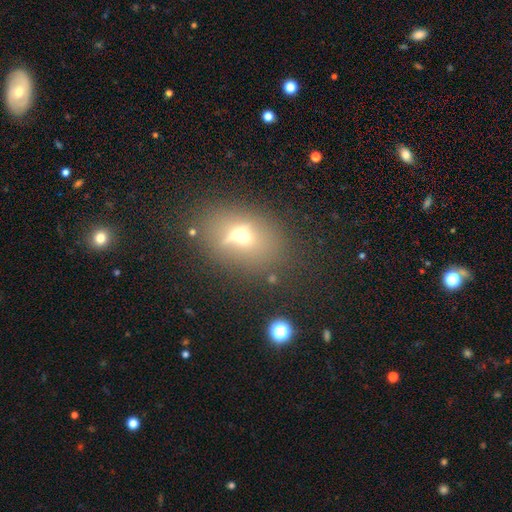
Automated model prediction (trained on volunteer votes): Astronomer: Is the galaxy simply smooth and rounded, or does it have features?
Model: smooth — 61%.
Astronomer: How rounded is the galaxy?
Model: in between — 67%.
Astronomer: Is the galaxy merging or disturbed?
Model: none — 82%.